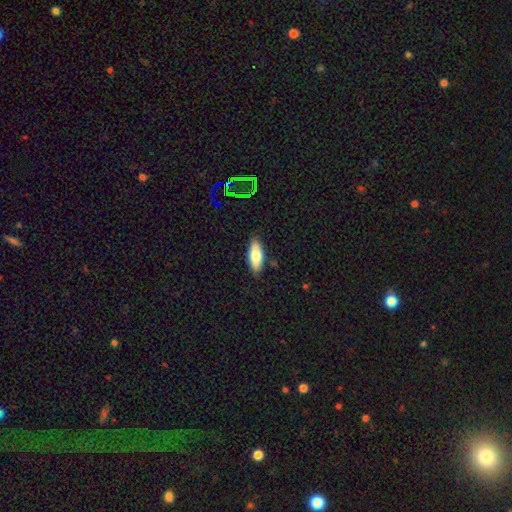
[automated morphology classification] smooth_or_featured: smooth (p=0.73) [alt: featured or disk p=0.20]
how_rounded: in between (p=0.68) [alt: cigar-shaped p=0.29]
merging: none (p=0.86) [alt: minor disturbance p=0.10]